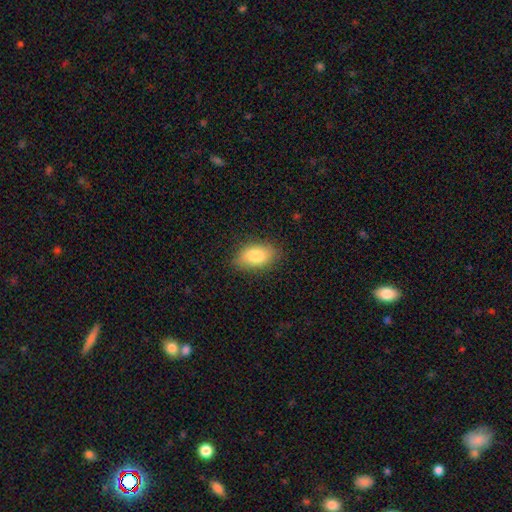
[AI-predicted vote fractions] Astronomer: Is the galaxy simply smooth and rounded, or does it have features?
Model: smooth — 83%.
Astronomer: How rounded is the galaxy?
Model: in between — 91%.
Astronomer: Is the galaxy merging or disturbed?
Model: none — 85%.